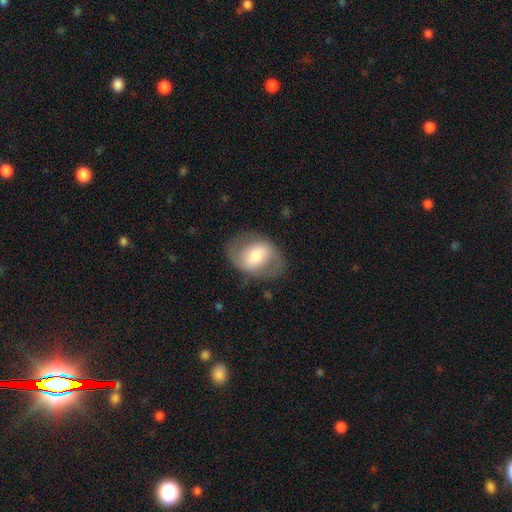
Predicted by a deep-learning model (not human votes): smooth_or_featured: featured or disk (p=0.53) [alt: smooth p=0.40]
disk_edge_on: no (p=0.95) [alt: yes p=0.05]
bar: weak (p=0.41) [alt: no p=0.31]
has_spiral_arms: yes (p=0.63) [alt: no p=0.37]
bulge_size: moderate (p=0.58) [alt: small p=0.20]
merging: none (p=0.77) [alt: minor disturbance p=0.14]